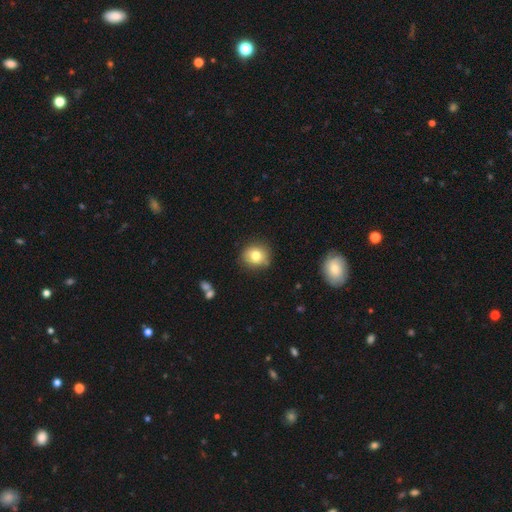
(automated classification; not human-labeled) smooth-or-featured: smooth: 78% | featured or disk: 11% | star or artifact: 10%
  how-rounded: round: 86% | in between: 13% | cigar-shaped: 1%
  merging: none: 84% | minor disturbance: 11% | major disturbance: 2% | merger: 2%